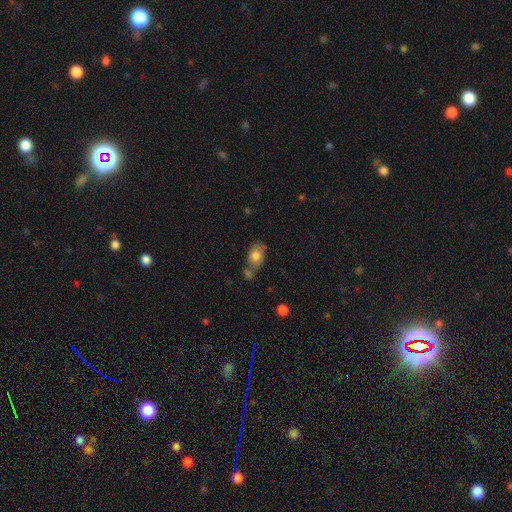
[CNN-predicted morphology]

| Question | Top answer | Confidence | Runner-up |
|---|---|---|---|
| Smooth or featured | smooth | 78% | featured or disk (14%) |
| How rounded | in between | 77% | round (21%) |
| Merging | none | 49% | merger (27%) |